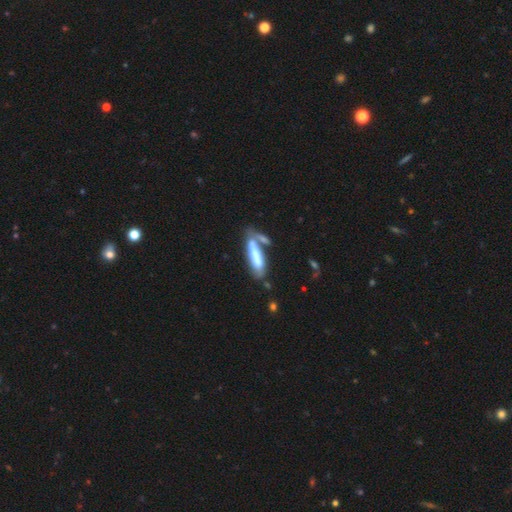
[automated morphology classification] Smooth or featured: smooth — 63% (featured or disk — 31%)
How rounded: cigar-shaped — 66% (in between — 32%)
Merging: none — 39% (merger — 35%)